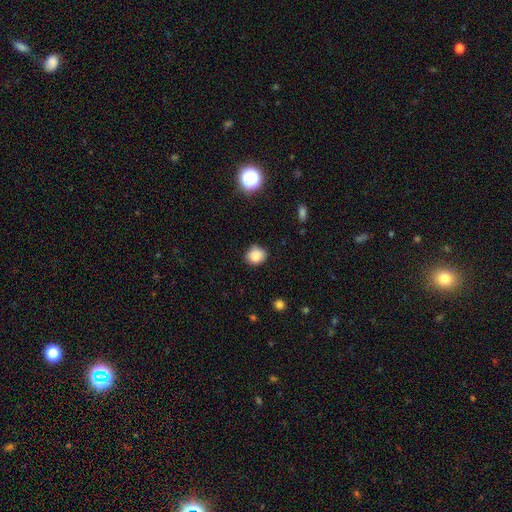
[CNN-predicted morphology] This appears to be a smooth galaxy with no disk features (82%) that is round (72%). Merging: none (79%).